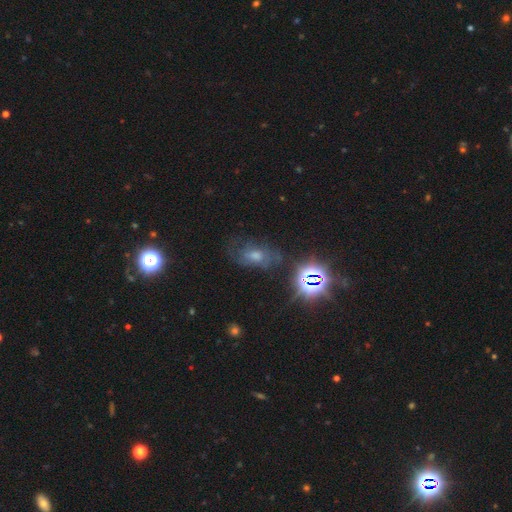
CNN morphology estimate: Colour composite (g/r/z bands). It shows a featured or disk galaxy (38%). Merging: none (47%).